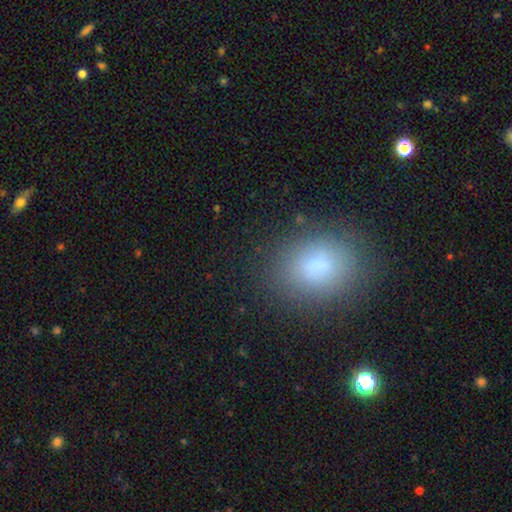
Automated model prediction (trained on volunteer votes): Overall: smooth (80%). How rounded: in between (61%; round 37%). Merging: none (84%).